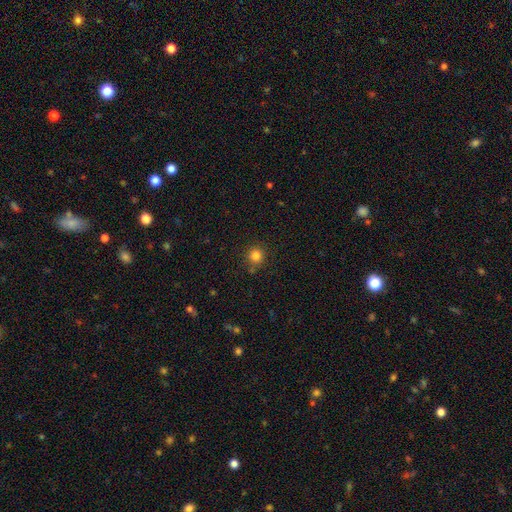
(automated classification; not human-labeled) Overall: smooth (81%). How rounded: round (92%). Merging: none (83%).